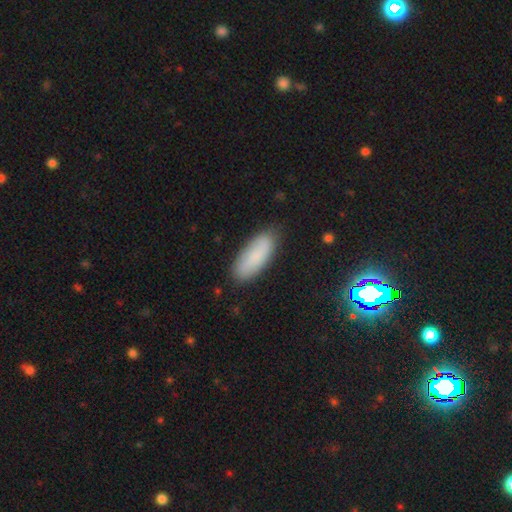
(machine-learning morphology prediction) smooth_or_featured: smooth (p=0.80) [alt: featured or disk p=0.12]
how_rounded: in between (p=0.75) [alt: cigar-shaped p=0.23]
merging: none (p=0.82) [alt: minor disturbance p=0.14]